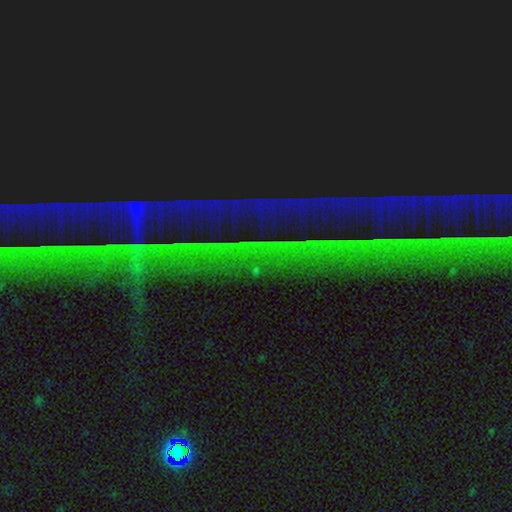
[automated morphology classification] This appears to be a star or artifact, not a galaxy (85%).